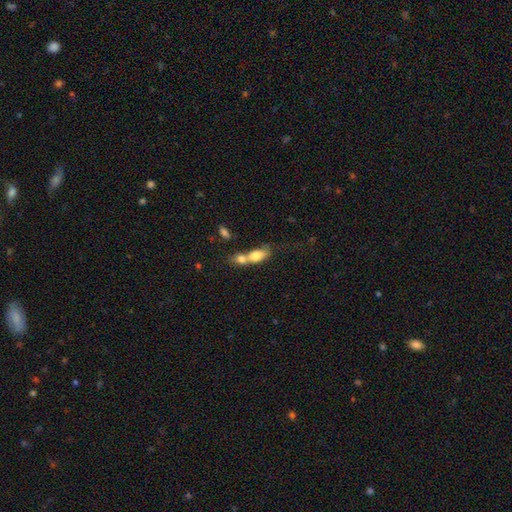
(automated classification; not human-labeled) Smooth or featured? Predicted: smooth (p=0.72). How rounded? Predicted: in between (p=0.71). Merging? Predicted: merger (p=0.67).